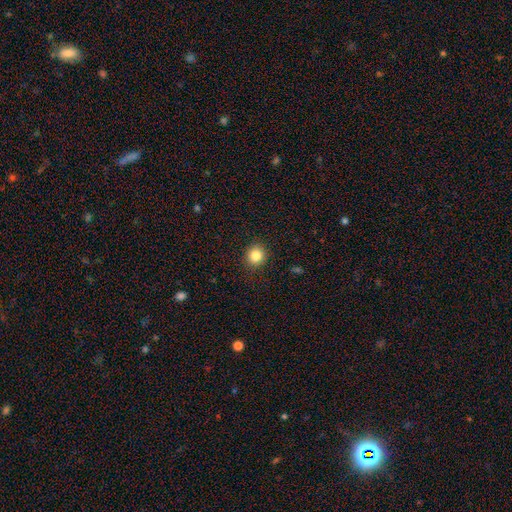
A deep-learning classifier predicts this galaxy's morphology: smooth 84%, star or artifact 10%, featured or disk 5%. Down the decision tree: how rounded — round (86%); merging — none (90%).